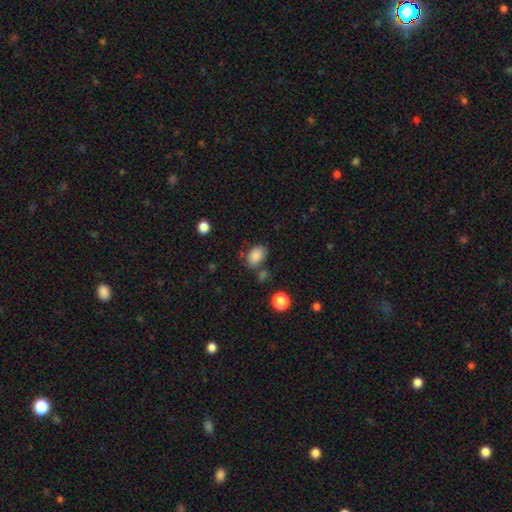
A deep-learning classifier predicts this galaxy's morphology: This appears to be a smooth galaxy with no disk features (85%) that is in between round and cigar-shaped (82%). Merging: none (63%).